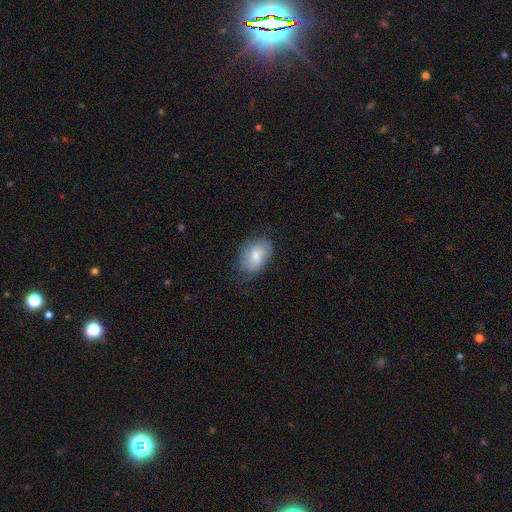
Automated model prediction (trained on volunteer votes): Smooth or featured?
  - smooth: 72% *
  - featured or disk: 21%
  - star or artifact: 7%
How rounded?
  - in between: 86% *
  - round: 12%
  - cigar-shaped: 1%
Merging?
  - none: 71% *
  - minor disturbance: 21%
  - major disturbance: 6%
  - merger: 1%